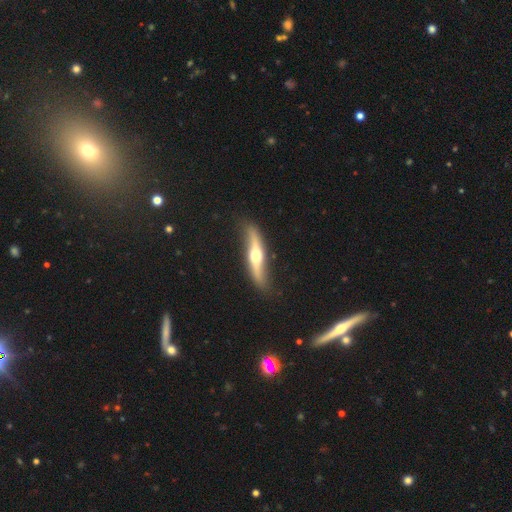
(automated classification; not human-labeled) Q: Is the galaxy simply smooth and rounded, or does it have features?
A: featured or disk — 72%.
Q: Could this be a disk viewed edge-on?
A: yes — 70%.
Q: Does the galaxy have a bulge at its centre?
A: rounded — 91%.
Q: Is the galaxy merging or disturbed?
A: none — 79%.